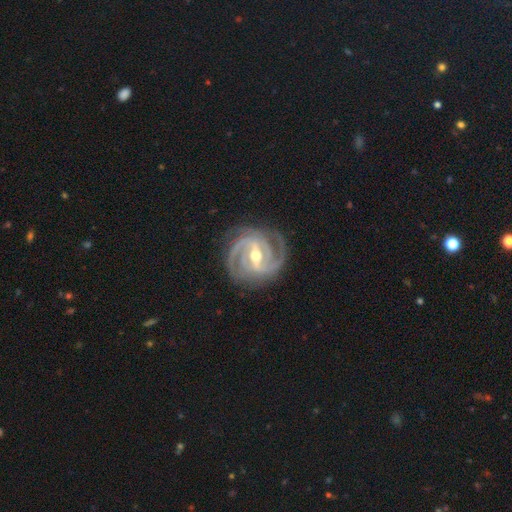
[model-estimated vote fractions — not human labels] smooth_or_featured: featured or disk (p=0.93) [alt: star or artifact p=0.04]
disk_edge_on: no (p=0.97) [alt: yes p=0.03]
bar: strong (p=0.58) [alt: weak p=0.33]
has_spiral_arms: yes (p=0.99) [alt: no p=0.01]
spiral_winding: tight (p=0.59) [alt: medium p=0.36]
spiral_arm_count: 3 (p=0.42) [alt: 2 p=0.31]
bulge_size: moderate (p=0.66) [alt: small p=0.30]
merging: none (p=0.83) [alt: minor disturbance p=0.12]